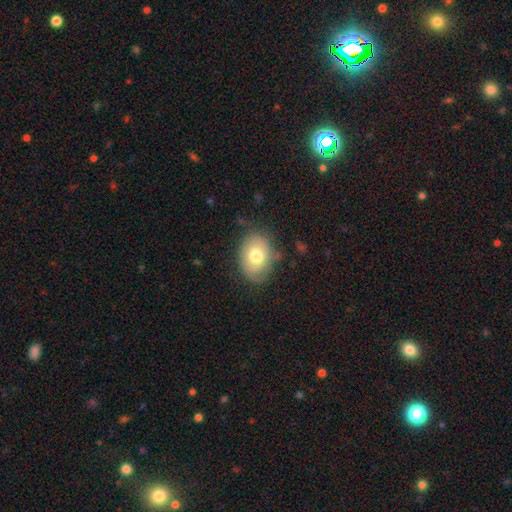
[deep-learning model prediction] A smooth galaxy with no disk features (69%) that is in between round and cigar-shaped (64%).

Vote fractions:
- Smooth or featured? smooth: 69% / featured or disk: 23% / star or artifact: 8%
- How rounded? in between: 64% / round: 35% / cigar-shaped: 1%
- Merging? none: 68% / minor disturbance: 23% / major disturbance: 7% / merger: 2%